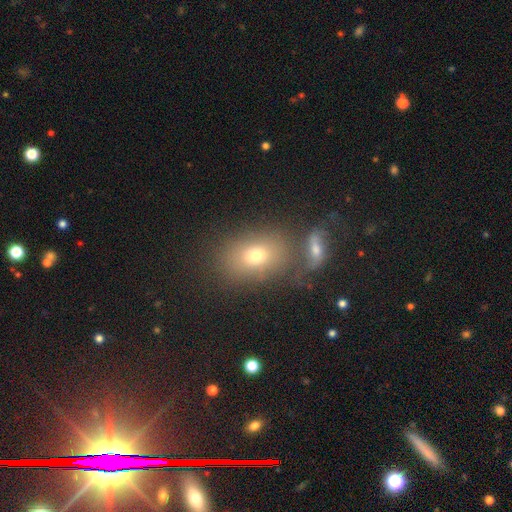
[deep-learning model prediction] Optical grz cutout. It shows a smooth galaxy with no disk features (69%) that is in between round and cigar-shaped (69%). Merging: none (63%).